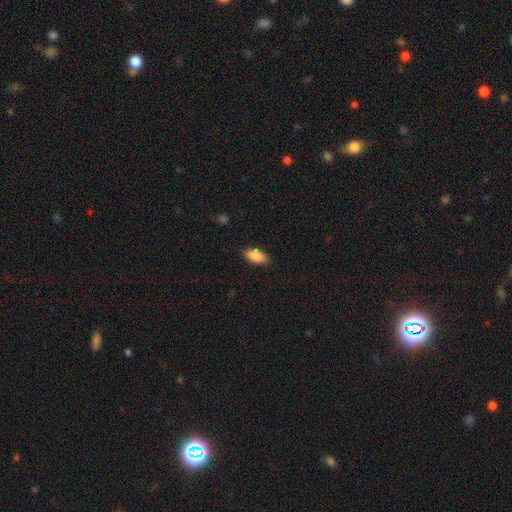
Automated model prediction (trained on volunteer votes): The model was most divided on "merging": none: 85%, minor disturbance: 12%, major disturbance: 2%, merger: 1%. More confident: how rounded — in between (90%); smooth or featured — smooth (86%).